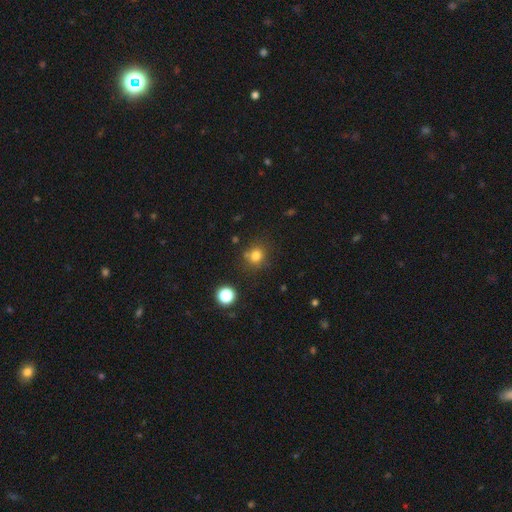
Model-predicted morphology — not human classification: A smooth galaxy with no disk features (78%) that is round (84%). Merging: none (75%).